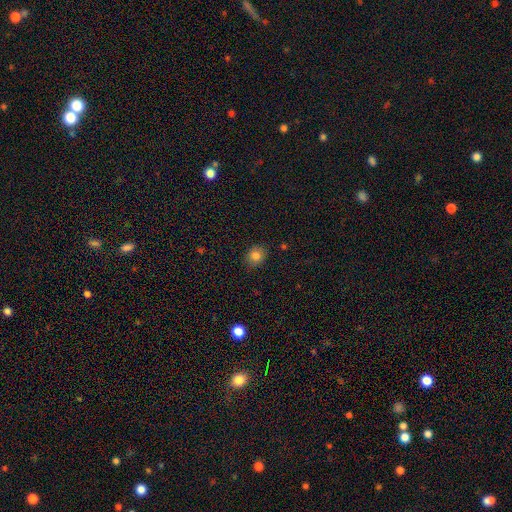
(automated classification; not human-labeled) smooth_or_featured: smooth (p=0.80) [alt: star or artifact p=0.12]
how_rounded: round (p=0.64) [alt: in between p=0.35]
merging: none (p=0.87) [alt: minor disturbance p=0.10]